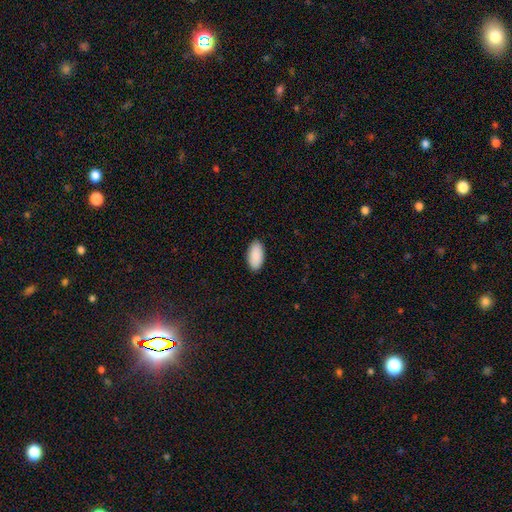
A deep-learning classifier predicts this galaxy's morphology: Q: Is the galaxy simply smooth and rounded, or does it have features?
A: smooth — 92%.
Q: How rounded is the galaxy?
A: in between — 95%.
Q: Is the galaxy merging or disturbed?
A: none — 90%.